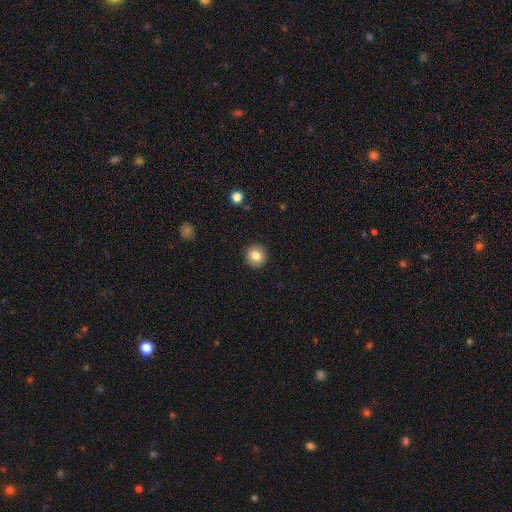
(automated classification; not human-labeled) Morphology: type=smooth (83%); roundness=round (92%); merging=none (92%).